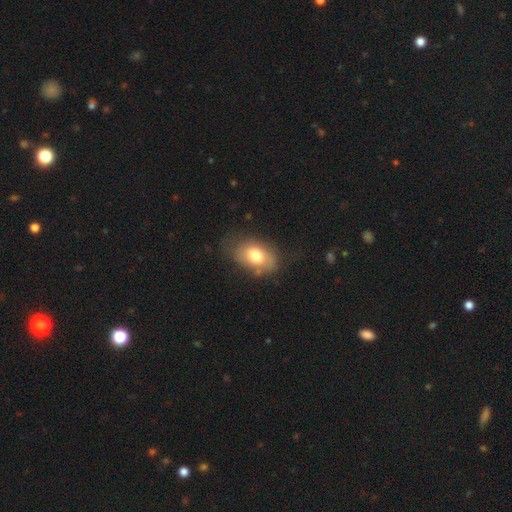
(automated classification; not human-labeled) A smooth galaxy with no disk features (74%) that is in between round and cigar-shaped (83%).

Vote fractions:
- Smooth or featured? smooth: 74% / featured or disk: 18% / star or artifact: 8%
- How rounded? in between: 83% / round: 16% / cigar-shaped: 1%
- Merging? none: 64% / minor disturbance: 24% / major disturbance: 10% / merger: 2%